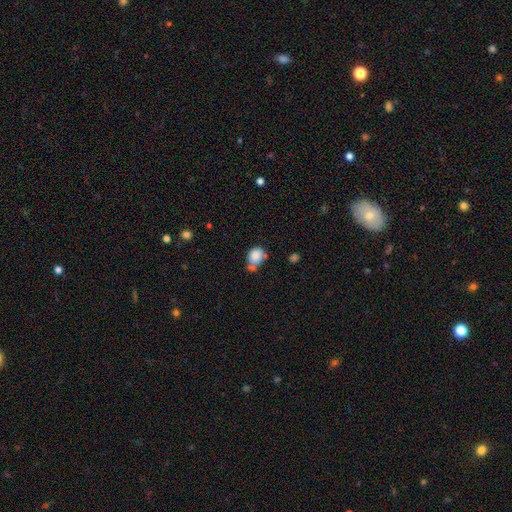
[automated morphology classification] smooth-or-featured: smooth: 82% | star or artifact: 9% | featured or disk: 9%
  how-rounded: round: 54% | in between: 45% | cigar-shaped: 1%
  merging: none: 36% | merger: 29% | minor disturbance: 26% | major disturbance: 9%